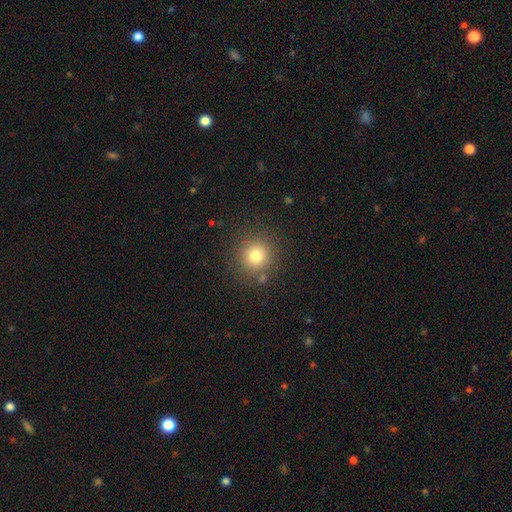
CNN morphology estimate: Smooth or featured?
  - smooth: 77% *
  - star or artifact: 15%
  - featured or disk: 8%
How rounded?
  - round: 93% *
  - in between: 6%
  - cigar-shaped: 1%
Merging?
  - none: 85% *
  - minor disturbance: 8%
  - major disturbance: 3%
  - merger: 3%